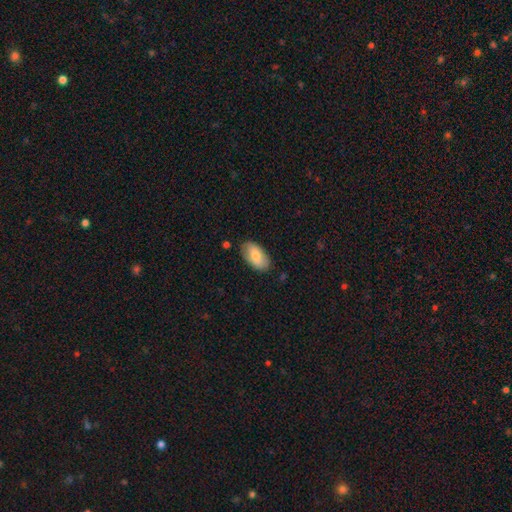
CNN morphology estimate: smooth-or-featured: smooth: 78% | featured or disk: 16% | star or artifact: 6%
  how-rounded: in between: 94% | round: 3% | cigar-shaped: 3%
  merging: none: 82% | minor disturbance: 14% | major disturbance: 3% | merger: 2%